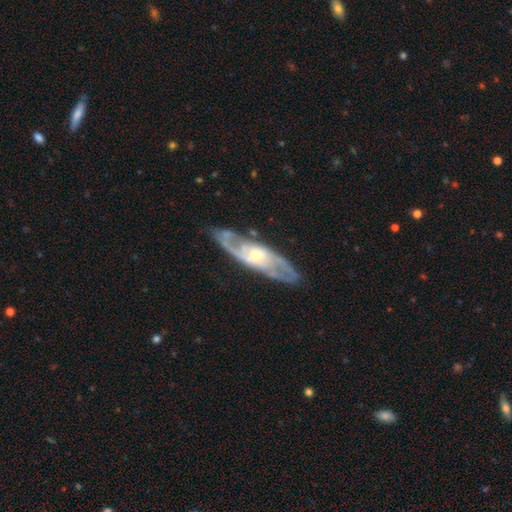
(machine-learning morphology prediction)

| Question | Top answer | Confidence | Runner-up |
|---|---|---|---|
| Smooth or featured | featured or disk | 86% | smooth (9%) |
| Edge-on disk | no | 82% | yes (18%) |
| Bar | no | 59% | weak (31%) |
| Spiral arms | yes | 93% | no (7%) |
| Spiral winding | medium | 47% | tight (36%) |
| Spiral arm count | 2 | 74% | can't tell (14%) |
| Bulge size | moderate | 59% | small (35%) |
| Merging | none | 81% | minor disturbance (13%) |